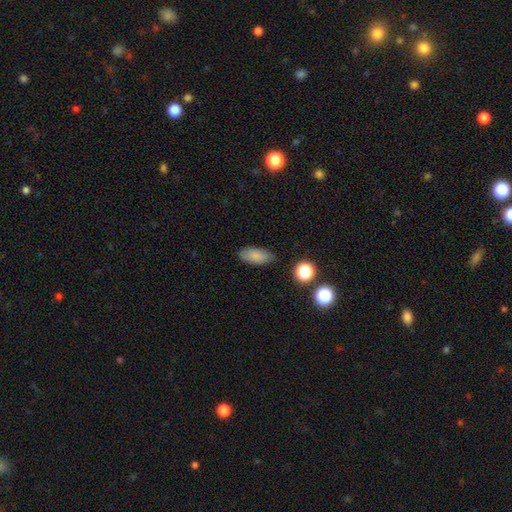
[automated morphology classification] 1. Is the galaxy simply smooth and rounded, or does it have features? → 83% smooth, 9% star or artifact, 8% featured or disk.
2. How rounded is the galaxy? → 87% in between, 9% cigar-shaped, 4% round.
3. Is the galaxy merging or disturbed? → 81% none, 14% minor disturbance, 3% major disturbance, 2% merger.